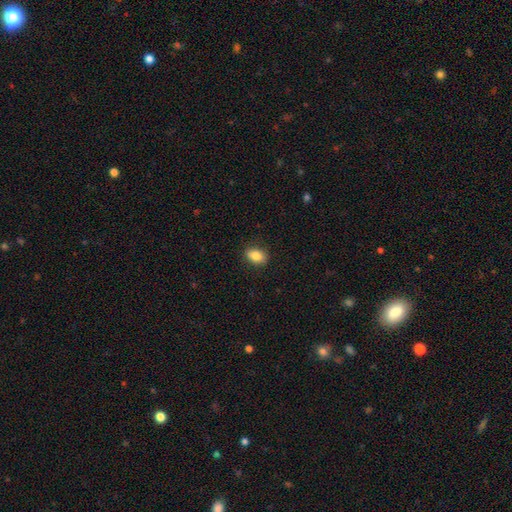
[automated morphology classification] A smooth galaxy with no disk features (83%) that is in between round and cigar-shaped (81%). Merging: none (87%).